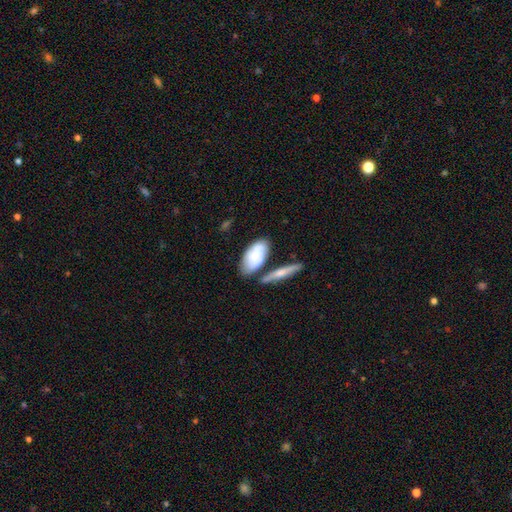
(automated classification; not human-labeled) Smooth or featured? Predicted: smooth (p=0.68). How rounded? Predicted: in between (p=0.89). Merging? Predicted: none (p=0.56).